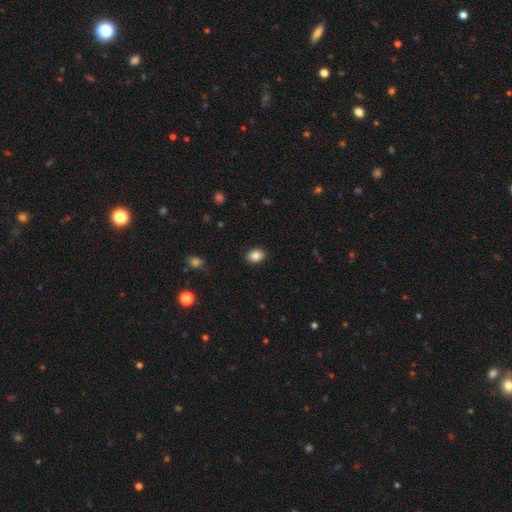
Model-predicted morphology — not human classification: A smooth galaxy with no disk features (86%) that is in between round and cigar-shaped (63%).

Vote fractions:
- Smooth or featured? smooth: 86% / star or artifact: 9% / featured or disk: 6%
- How rounded? in between: 63% / round: 36% / cigar-shaped: 1%
- Merging? none: 90% / minor disturbance: 7% / major disturbance: 2% / merger: 1%